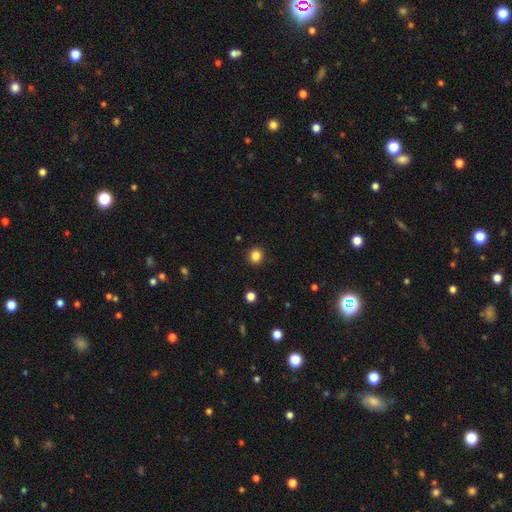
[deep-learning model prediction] A smooth galaxy with no disk features (84%) that is round (88%). Merging: none (92%).